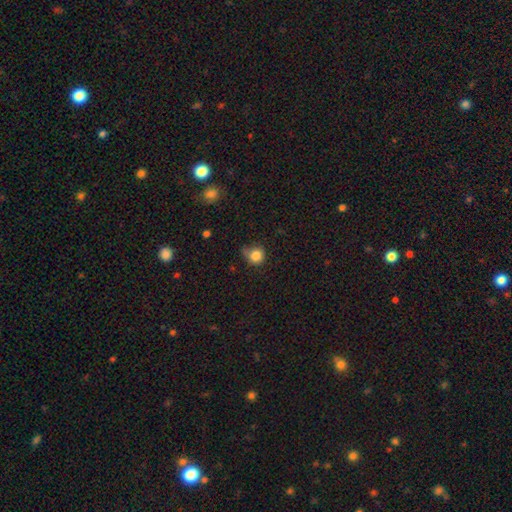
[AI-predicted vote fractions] Smooth or featured? smooth (83%)
How rounded? round (88%)
Merging? none (58%)